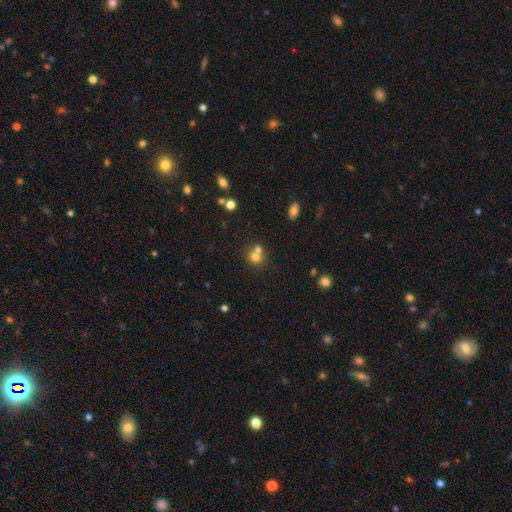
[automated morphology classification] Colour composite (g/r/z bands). It shows a smooth galaxy with no disk features (69%) that is round (82%). Merging: merger (47%).